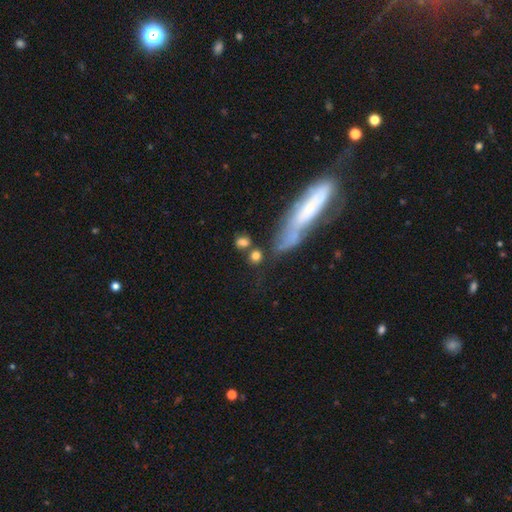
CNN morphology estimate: Q: Smooth or featured?
A: smooth (76%); runner-up: featured or disk (12%)
Q: How rounded?
A: round (65%); runner-up: in between (26%)
Q: Merging?
A: none (61%); runner-up: merger (18%)